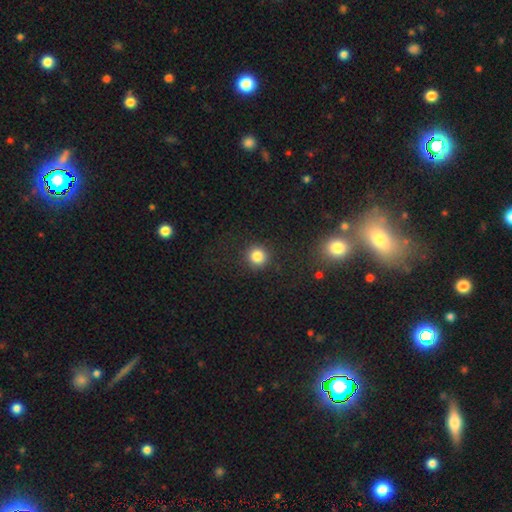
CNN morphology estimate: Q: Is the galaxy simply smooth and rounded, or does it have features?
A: star or artifact — 49%.